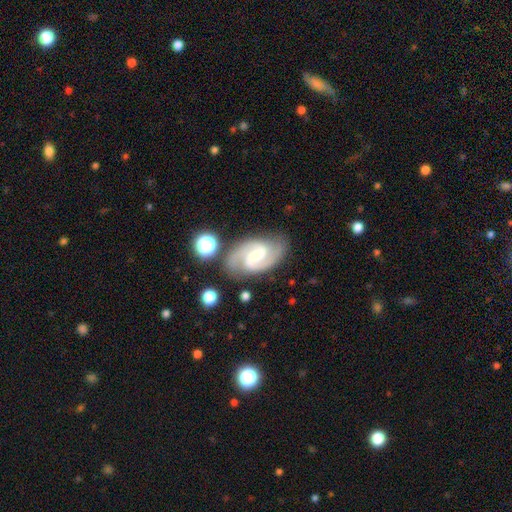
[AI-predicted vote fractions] Q: Smooth or featured?
A: featured or disk (89%); runner-up: smooth (6%)
Q: Edge-on disk?
A: no (97%); runner-up: yes (3%)
Q: Bar?
A: weak (53%); runner-up: no (31%)
Q: Spiral arms?
A: yes (98%); runner-up: no (2%)
Q: Spiral winding?
A: medium (61%); runner-up: tight (25%)
Q: Spiral arm count?
A: 2 (87%); runner-up: 3 (6%)
Q: Bulge size?
A: small (58%); runner-up: moderate (36%)
Q: Merging?
A: none (74%); runner-up: minor disturbance (16%)